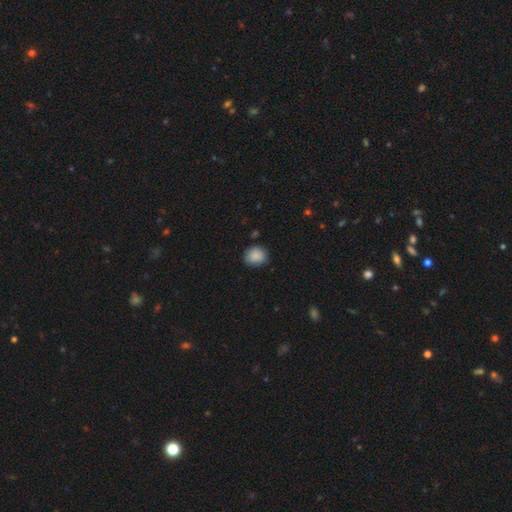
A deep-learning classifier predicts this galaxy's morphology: A smooth galaxy with no disk features (88%) that is round (74%). Merging: none (82%).